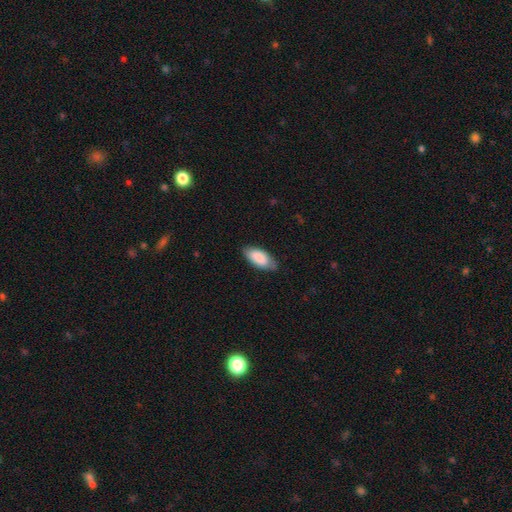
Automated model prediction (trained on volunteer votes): Overall: smooth (85%). How rounded: in between (89%). Merging: none (76%).